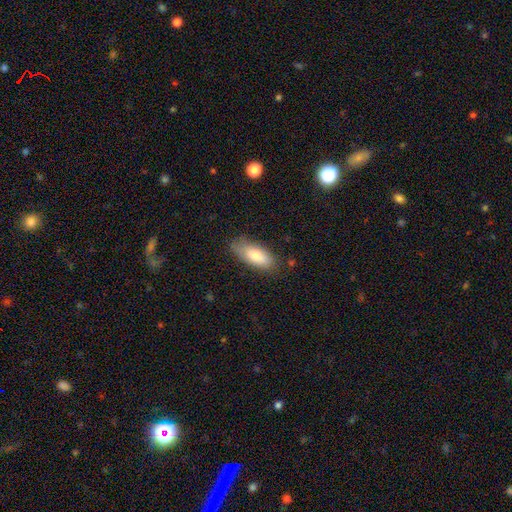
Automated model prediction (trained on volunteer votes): Smooth or featured? Predicted: smooth (p=0.77). How rounded? Predicted: in between (p=0.80). Merging? Predicted: none (p=0.79).